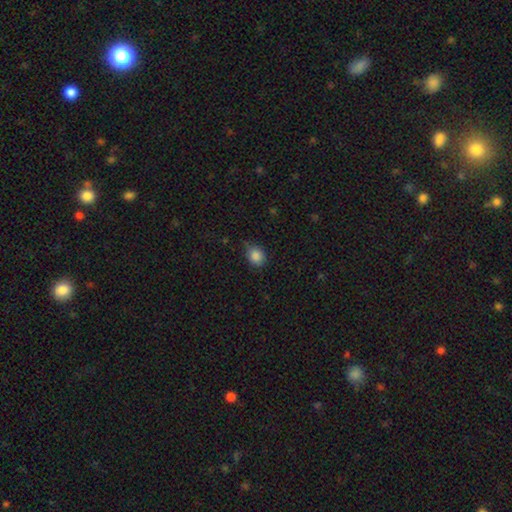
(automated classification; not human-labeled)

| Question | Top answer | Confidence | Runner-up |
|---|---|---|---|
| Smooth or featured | smooth | 86% | star or artifact (10%) |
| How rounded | round | 66% | in between (33%) |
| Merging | none | 72% | minor disturbance (22%) |